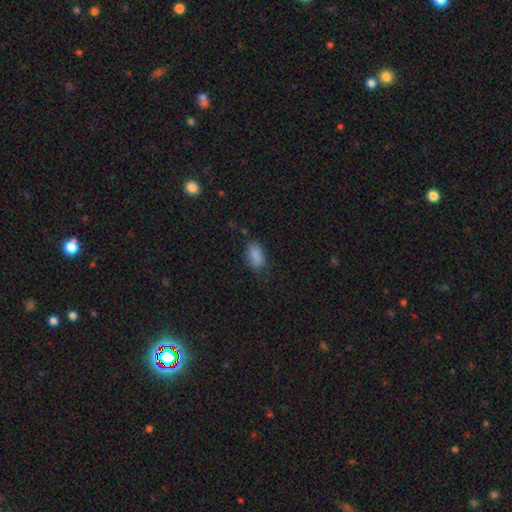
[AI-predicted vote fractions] Overall: smooth (87%). How rounded: in between (90%). Merging: none (75%).